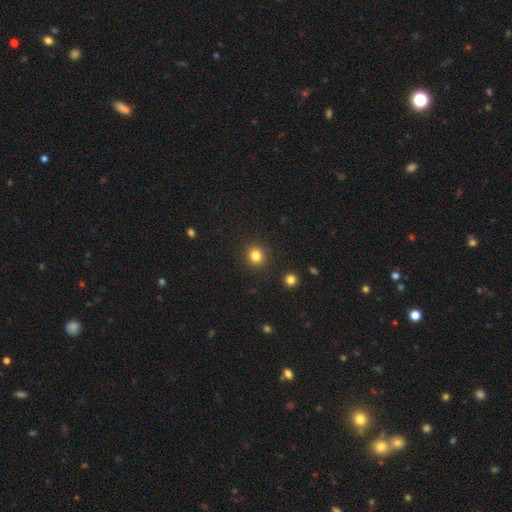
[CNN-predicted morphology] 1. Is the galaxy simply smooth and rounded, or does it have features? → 83% smooth, 12% star or artifact, 5% featured or disk.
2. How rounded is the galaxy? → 86% round, 13% in between, 1% cigar-shaped.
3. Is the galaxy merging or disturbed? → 91% none, 6% minor disturbance, 2% major disturbance, 2% merger.